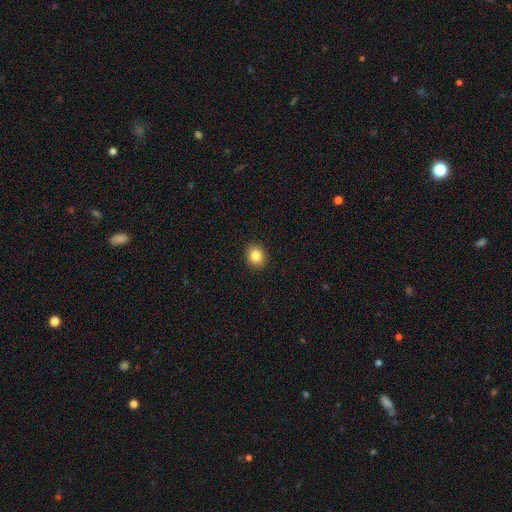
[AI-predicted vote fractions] Morphology: type=smooth (84%); roundness=round (62%); merging=none (91%).